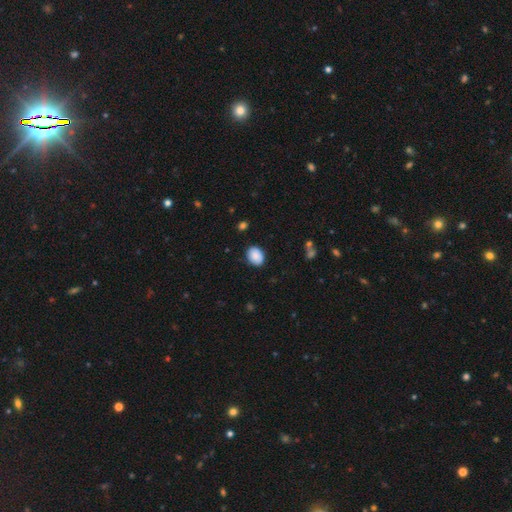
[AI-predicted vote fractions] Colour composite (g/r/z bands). It shows a smooth galaxy with no disk features (87%) that is in between round and cigar-shaped (64%). Merging: none (84%).